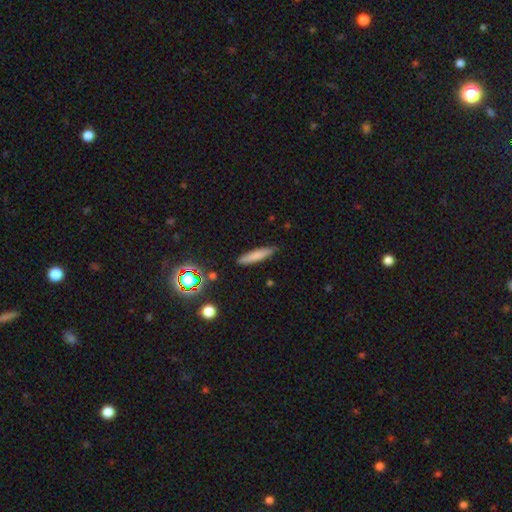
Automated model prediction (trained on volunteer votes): The model was most divided on "smooth or featured": smooth: 76%, featured or disk: 15%, star or artifact: 10%. More confident: merging — none (85%); how rounded — cigar-shaped (83%).